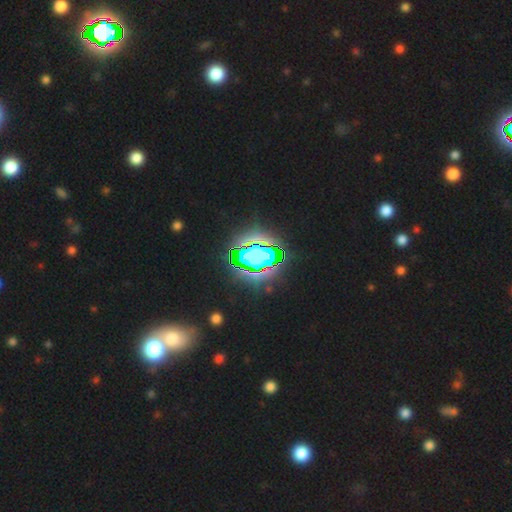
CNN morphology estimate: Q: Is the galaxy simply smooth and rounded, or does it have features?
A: star or artifact — 68%.